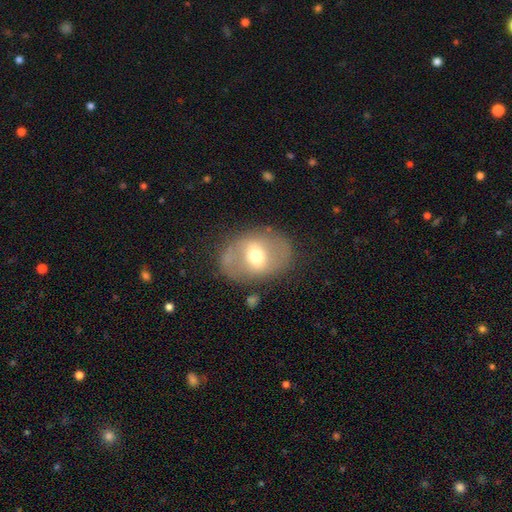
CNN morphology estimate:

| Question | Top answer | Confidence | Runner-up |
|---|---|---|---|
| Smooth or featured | featured or disk | 48% | smooth (45%) |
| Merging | none | 75% | minor disturbance (14%) |